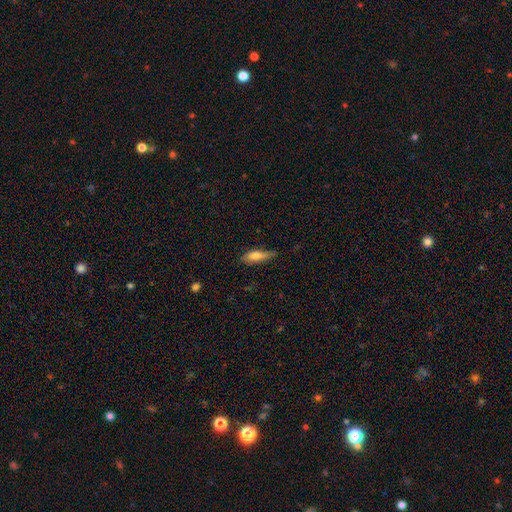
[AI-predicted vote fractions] This is likely a smooth galaxy (76%). How rounded: possibly in between (51%). Merging: possibly none (56%).